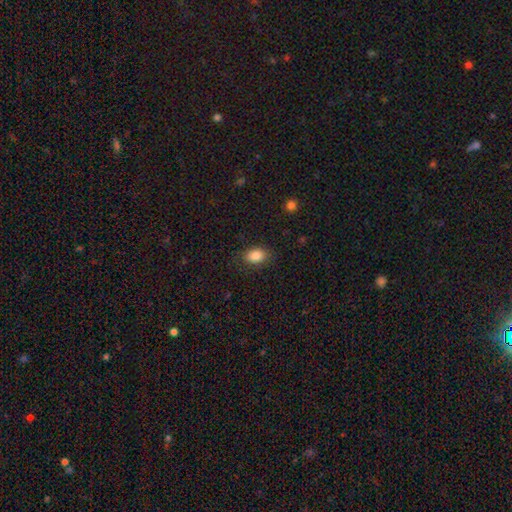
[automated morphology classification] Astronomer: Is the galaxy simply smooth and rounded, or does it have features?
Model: smooth — 85%.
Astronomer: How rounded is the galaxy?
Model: in between — 83%.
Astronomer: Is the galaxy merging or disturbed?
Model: none — 84%.